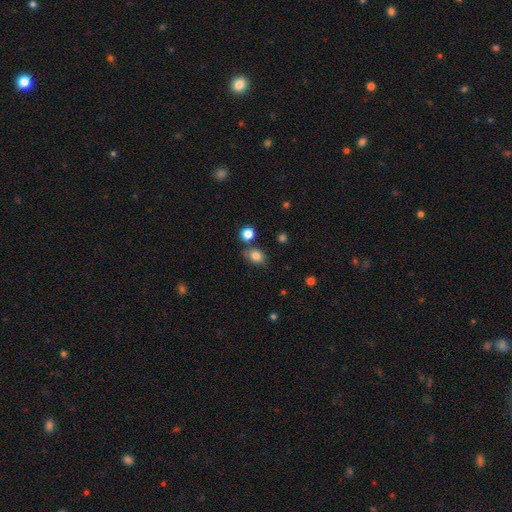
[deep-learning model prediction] A smooth galaxy with no disk features (82%) that is in between round and cigar-shaped (64%).

Vote fractions:
- Smooth or featured? smooth: 82% / star or artifact: 11% / featured or disk: 7%
- How rounded? in between: 64% / round: 34% / cigar-shaped: 1%
- Merging? none: 71% / minor disturbance: 14% / merger: 11% / major disturbance: 4%